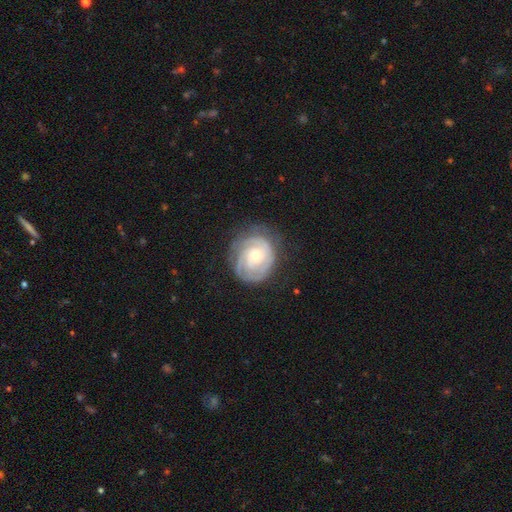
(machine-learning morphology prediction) smooth-or-featured: featured or disk: 80% | smooth: 15% | star or artifact: 6%
  disk-edge-on: no: 98% | yes: 2%
    bar: no: 78% | weak: 18% | strong: 4%
    has-spiral-arms: yes: 94% | no: 6%
      spiral-winding: tight: 74% | medium: 21% | loose: 5%
      spiral-arm-count: can't tell: 35% | 3: 23% | 2: 22% | 4: 9% | 1: 6% | more than 4: 5%
    bulge-size: small: 60% | moderate: 34% | large: 3% | none: 2% | dominant: 1%
  merging: none: 71% | minor disturbance: 19% | major disturbance: 9% | merger: 1%